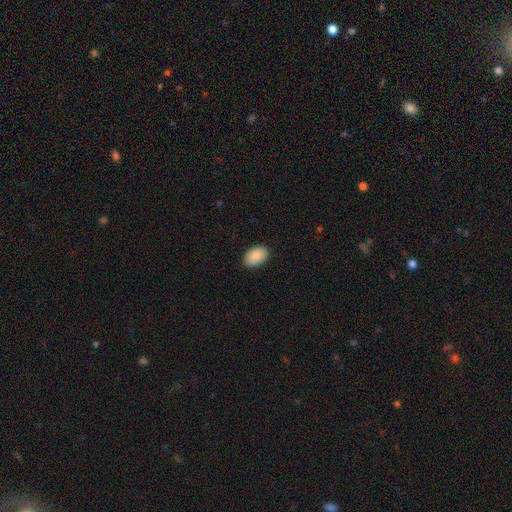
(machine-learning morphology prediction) A smooth galaxy with no disk features (89%) that is in between round and cigar-shaped (90%).

Vote fractions:
- Smooth or featured? smooth: 89% / star or artifact: 6% / featured or disk: 4%
- How rounded? in between: 90% / round: 9% / cigar-shaped: 1%
- Merging? none: 88% / minor disturbance: 9% / major disturbance: 2% / merger: 1%